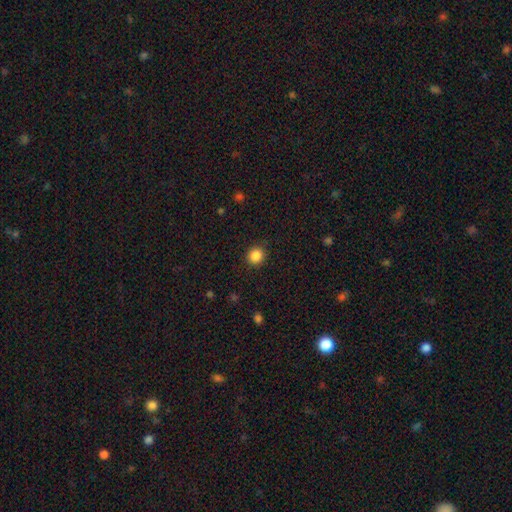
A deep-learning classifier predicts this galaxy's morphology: The model was most divided on "smooth or featured": smooth: 86%, star or artifact: 11%, featured or disk: 3%. More confident: merging — none (90%); how rounded — round (88%).